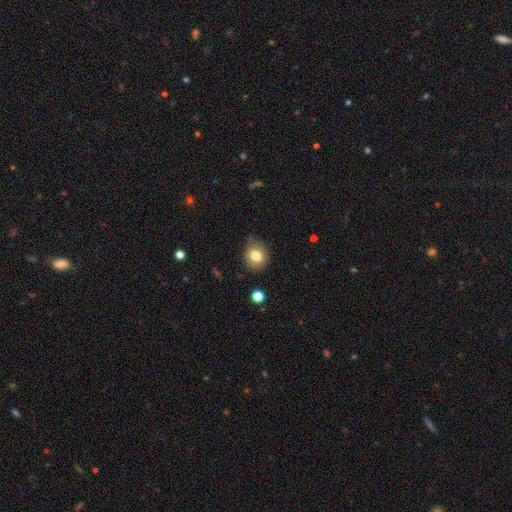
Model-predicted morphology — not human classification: Smooth or featured? Predicted: smooth (p=0.80). How rounded? Predicted: round (p=0.63). Merging? Predicted: none (p=0.76).